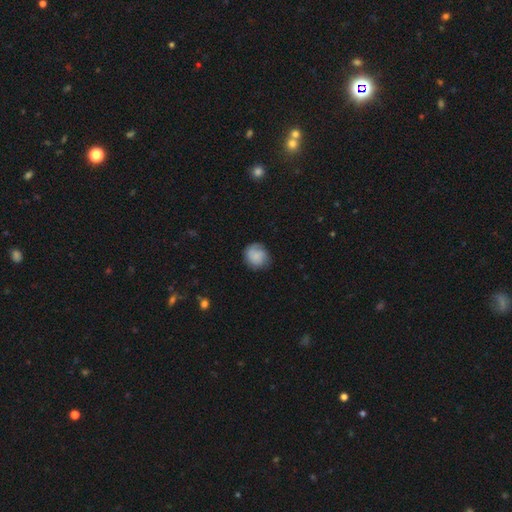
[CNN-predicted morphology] This appears to be a smooth galaxy with no disk features (72%) that is round (80%). Merging: none (73%).